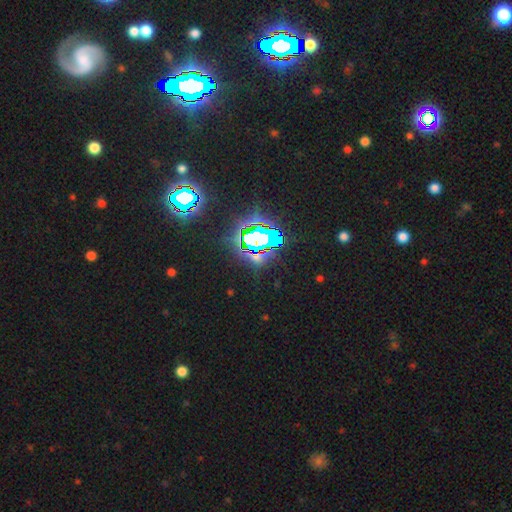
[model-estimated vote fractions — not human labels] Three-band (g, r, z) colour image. It shows a star or artifact, not a galaxy (76%).